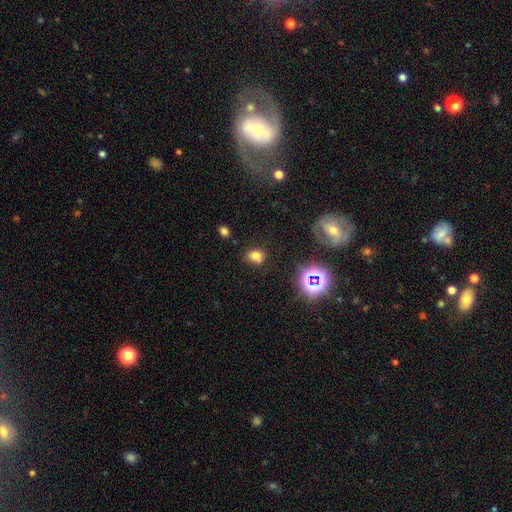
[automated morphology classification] smooth 71%, star or artifact 20%, featured or disk 10%. Down the decision tree: how rounded — in between (55%); merging — none (69%).